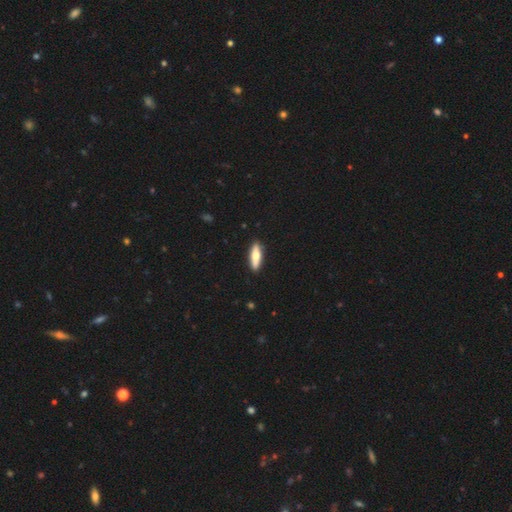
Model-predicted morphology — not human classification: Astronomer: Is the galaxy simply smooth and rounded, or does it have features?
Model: smooth — 56% (runner-up: featured or disk, 39%).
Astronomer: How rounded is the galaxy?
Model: cigar-shaped — 58% (runner-up: in between, 40%).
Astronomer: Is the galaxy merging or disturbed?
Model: none — 90%.